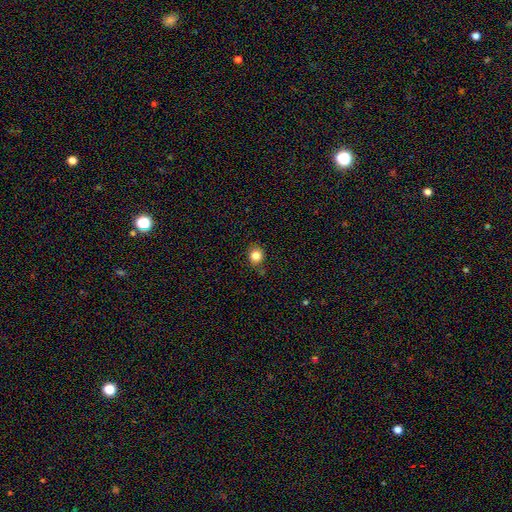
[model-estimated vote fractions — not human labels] The model was most divided on "how rounded": round: 78%, in between: 22%, cigar-shaped: 1%. More confident: smooth or featured — smooth (83%); merging — none (80%).